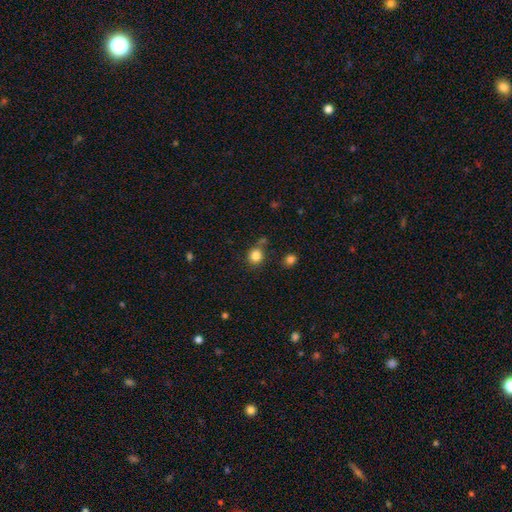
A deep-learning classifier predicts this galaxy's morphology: Smooth or featured? Predicted: smooth (p=0.85). How rounded? Predicted: round (p=0.87). Merging? Predicted: none (p=0.73).